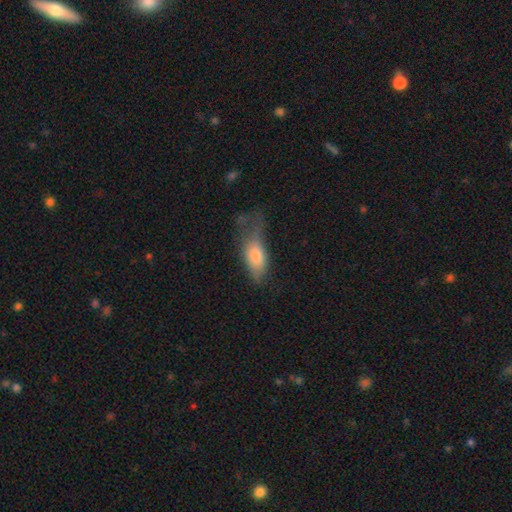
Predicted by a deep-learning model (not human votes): A smooth galaxy with no disk features (68%) that is in between round and cigar-shaped (71%).

Vote fractions:
- Smooth or featured? smooth: 68% / featured or disk: 23% / star or artifact: 9%
- How rounded? in between: 71% / cigar-shaped: 24% / round: 4%
- Merging? minor disturbance: 33% / major disturbance: 32% / none: 31% / merger: 3%